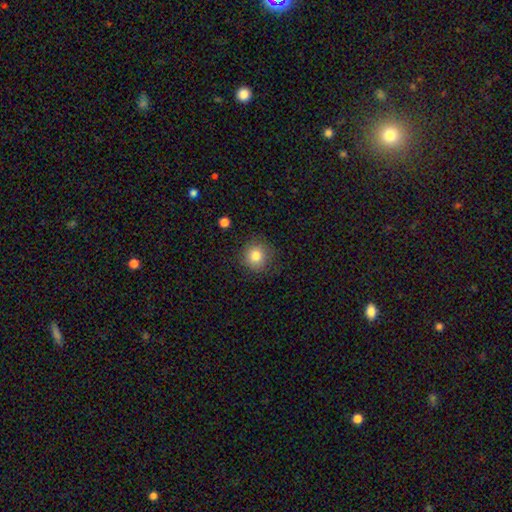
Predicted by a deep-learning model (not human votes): This is clearly a smooth galaxy (81%). How rounded: clearly round (90%). Merging: clearly none (82%).